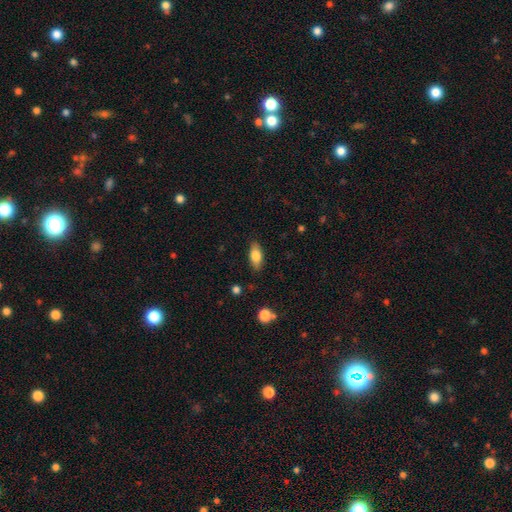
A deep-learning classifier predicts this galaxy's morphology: smooth-or-featured: smooth: 76% | featured or disk: 17% | star or artifact: 7%
  how-rounded: in between: 82% | cigar-shaped: 14% | round: 3%
  merging: none: 86% | minor disturbance: 11% | major disturbance: 2% | merger: 1%